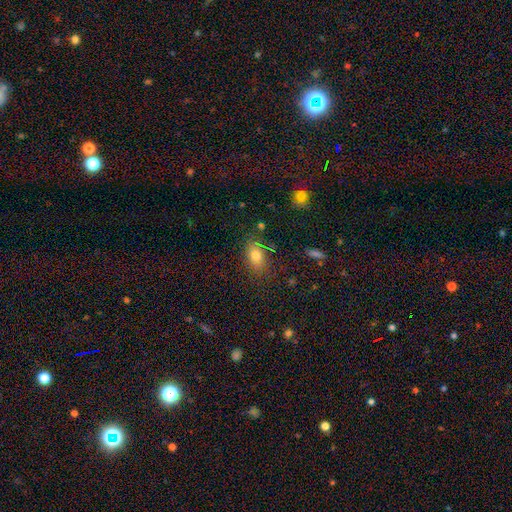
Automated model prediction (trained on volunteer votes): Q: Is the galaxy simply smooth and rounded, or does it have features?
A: smooth — 76%.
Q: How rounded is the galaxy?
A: in between — 83%.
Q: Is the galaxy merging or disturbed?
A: none — 77%.